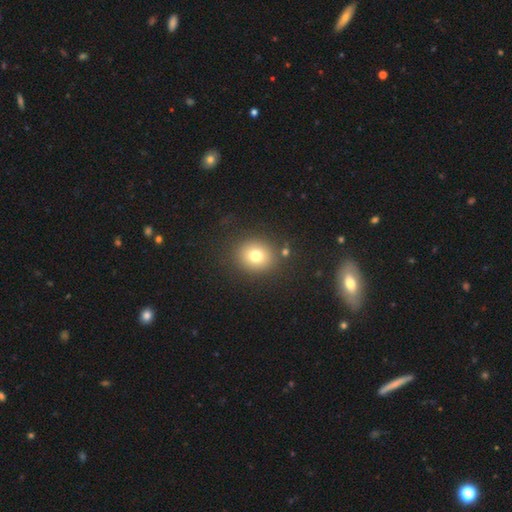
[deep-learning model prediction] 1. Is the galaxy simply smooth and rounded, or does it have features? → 76% smooth, 13% star or artifact, 10% featured or disk.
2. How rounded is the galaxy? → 80% round, 19% in between, 1% cigar-shaped.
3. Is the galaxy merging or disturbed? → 85% none, 8% minor disturbance, 4% major disturbance, 3% merger.